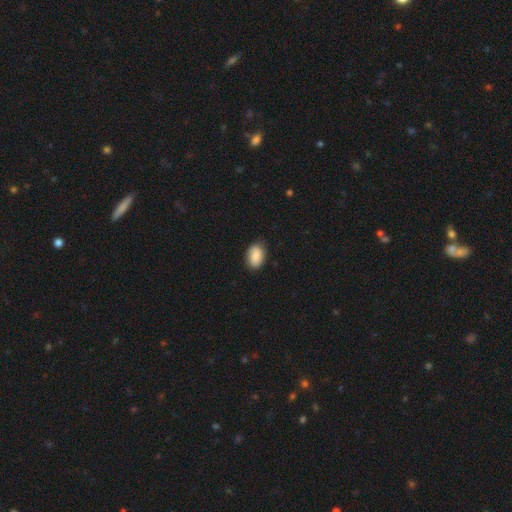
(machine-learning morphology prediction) type=smooth (88%); roundness=in between (87%); merging=none (85%).